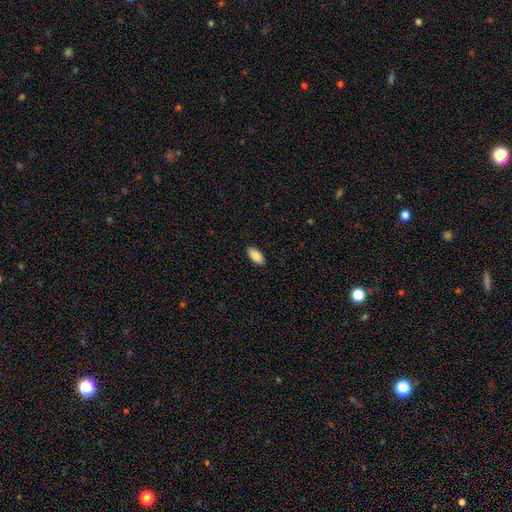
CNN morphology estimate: Smooth or featured? Predicted: smooth (p=0.88). How rounded? Predicted: in between (p=0.87). Merging? Predicted: none (p=0.90).